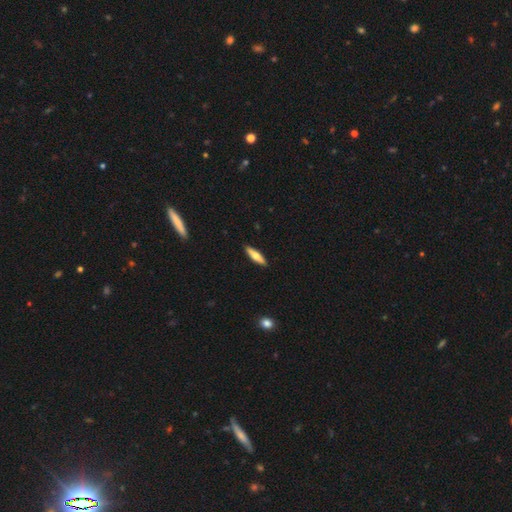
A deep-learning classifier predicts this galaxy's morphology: A smooth galaxy with no disk features (57%) that is cigar-shaped (66%).

Vote fractions:
- Smooth or featured? smooth: 57% / featured or disk: 38% / star or artifact: 6%
- How rounded? cigar-shaped: 66% / in between: 32% / round: 2%
- Merging? none: 90% / minor disturbance: 7% / major disturbance: 2% / merger: 1%